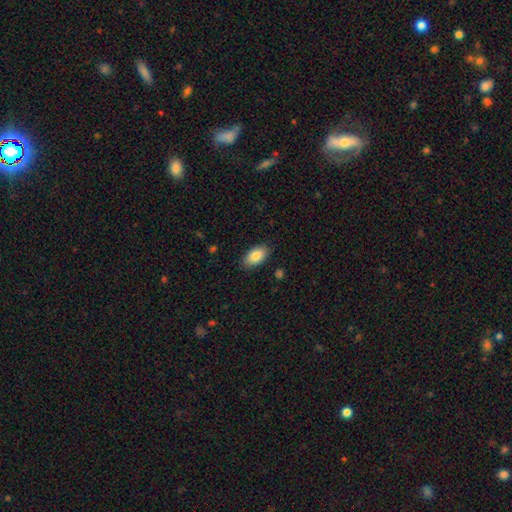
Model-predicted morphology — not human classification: Smooth or featured? smooth (85%)
How rounded? in between (94%)
Merging? none (87%)